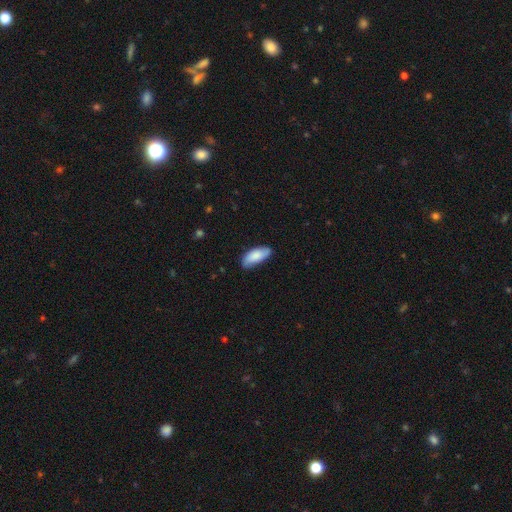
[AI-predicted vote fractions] The model was most divided on "merging": none: 77%, minor disturbance: 19%, major disturbance: 3%, merger: 1%. More confident: how rounded — in between (85%); smooth or featured — smooth (80%).